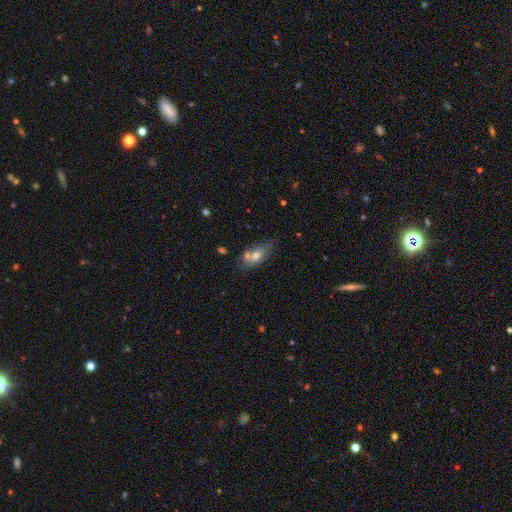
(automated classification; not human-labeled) A smooth galaxy with no disk features (63%) that is in between round and cigar-shaped (81%). Merging: none (56%).